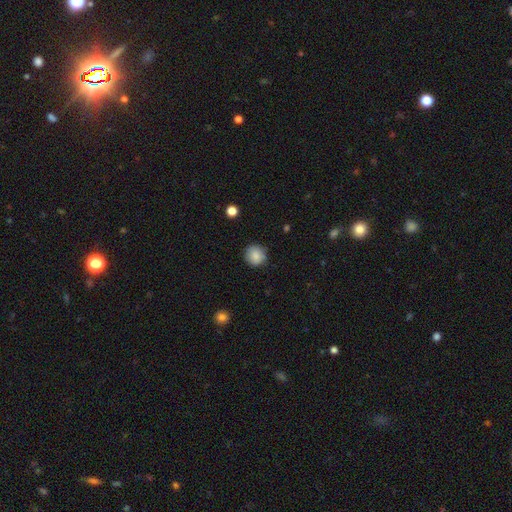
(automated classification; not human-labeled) The model was most divided on "merging": none: 84%, minor disturbance: 12%, major disturbance: 3%, merger: 1%. More confident: how rounded — round (91%); smooth or featured — smooth (86%).